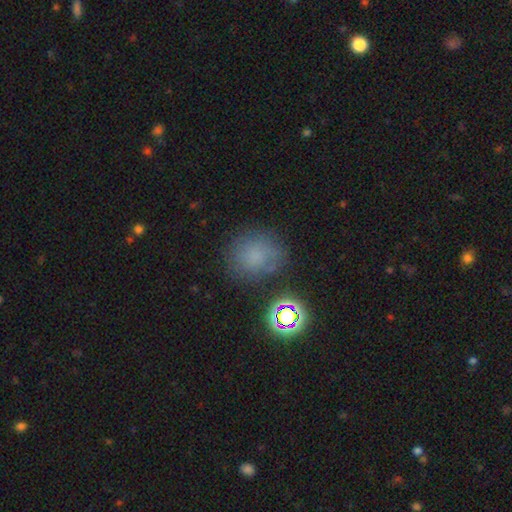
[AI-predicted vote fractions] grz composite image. It shows a smooth galaxy with no disk features (64%) that is round (82%). Merging: none (72%).